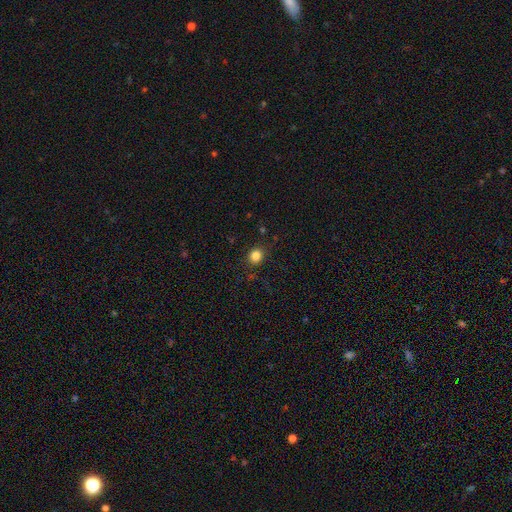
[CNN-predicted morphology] This appears to be a smooth galaxy with no disk features (83%) that is round (82%). Merging: none (87%).